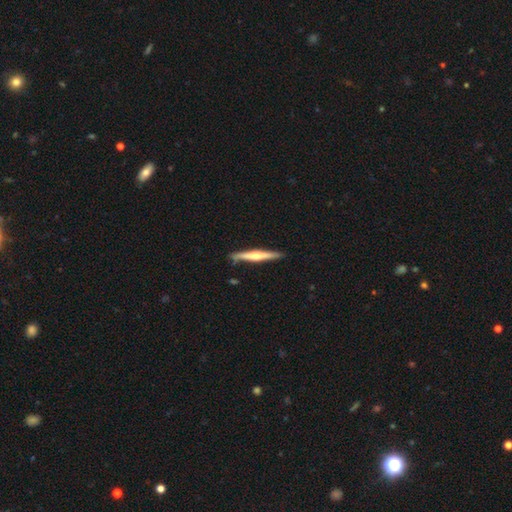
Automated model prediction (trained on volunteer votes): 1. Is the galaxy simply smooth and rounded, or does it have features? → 60% featured or disk, 35% smooth, 5% star or artifact.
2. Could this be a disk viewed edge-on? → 97% yes, 3% no.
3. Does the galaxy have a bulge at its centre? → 75% rounded, 16% none, 9% boxy.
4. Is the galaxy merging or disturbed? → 87% none, 10% minor disturbance, 2% merger, 2% major disturbance.